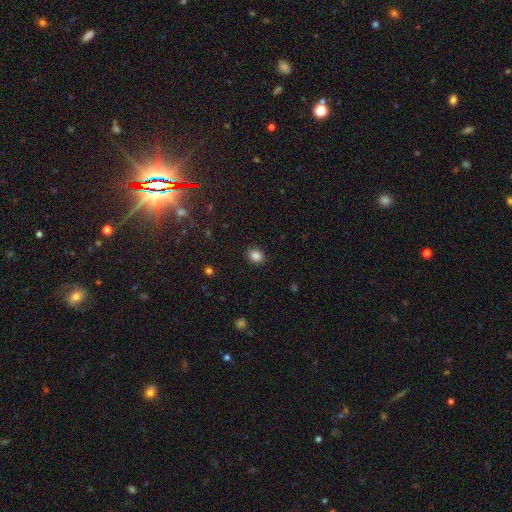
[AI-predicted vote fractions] smooth 86%, star or artifact 10%, featured or disk 4%. Down the decision tree: how rounded — round (51%); merging — none (89%).